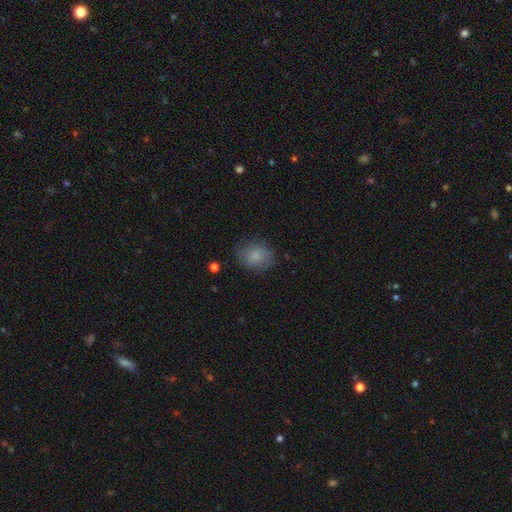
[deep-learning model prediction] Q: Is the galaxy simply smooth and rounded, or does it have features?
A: smooth — 81%.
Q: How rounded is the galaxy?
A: in between — 50%.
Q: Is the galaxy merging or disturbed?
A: none — 74%.